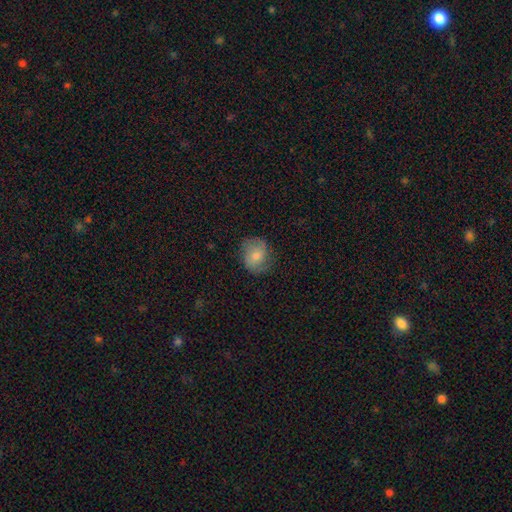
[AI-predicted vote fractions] A smooth galaxy with no disk features (67%) that is round (66%). Merging: none (72%).